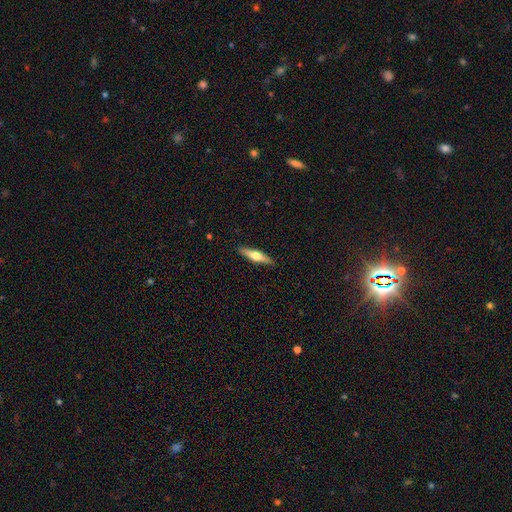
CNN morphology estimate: A featured or disk galaxy (56%) viewed edge-on (96%) with a rounded central bulge (93%).

Vote fractions:
- Smooth or featured? featured or disk: 56% / smooth: 38% / star or artifact: 5%
- Edge-on disk? yes: 96% / no: 4%
- Edge-on bulge? rounded: 93% / boxy: 5% / none: 3%
- Merging? none: 90% / minor disturbance: 7% / major disturbance: 2% / merger: 1%